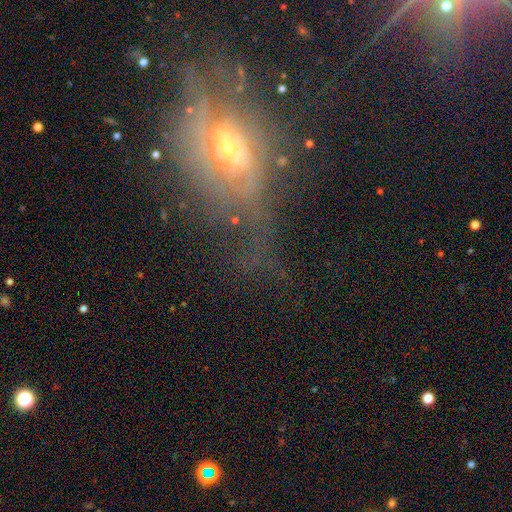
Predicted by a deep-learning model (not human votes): smooth_or_featured: featured or disk (p=0.51) [alt: star or artifact p=0.26]
disk_edge_on: no (p=0.74) [alt: yes p=0.26]
merging: none (p=0.43) [alt: major disturbance p=0.31]